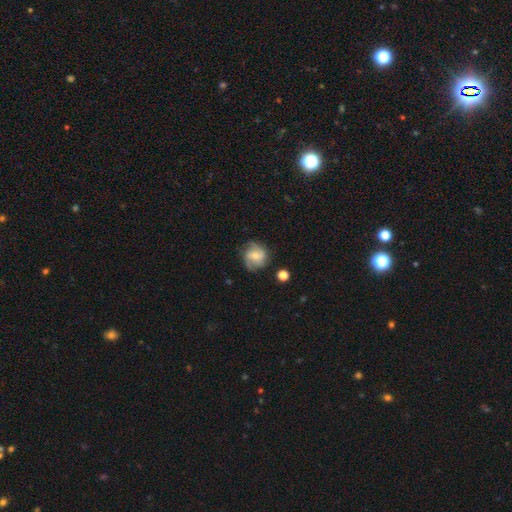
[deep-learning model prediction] A featured or disk galaxy (61%) with no bar (52%), 2 (45%) medium (45%) spiral arms (90%) and a small central bulge (50%). Merging: none (71%).